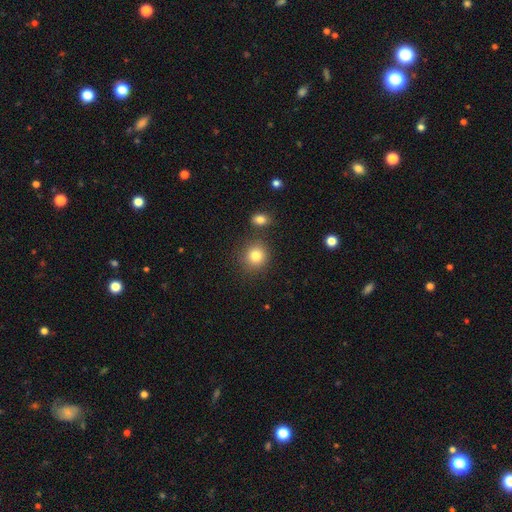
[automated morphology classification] This appears to be a smooth galaxy with no disk features (82%) that is round (87%). Merging: none (82%).